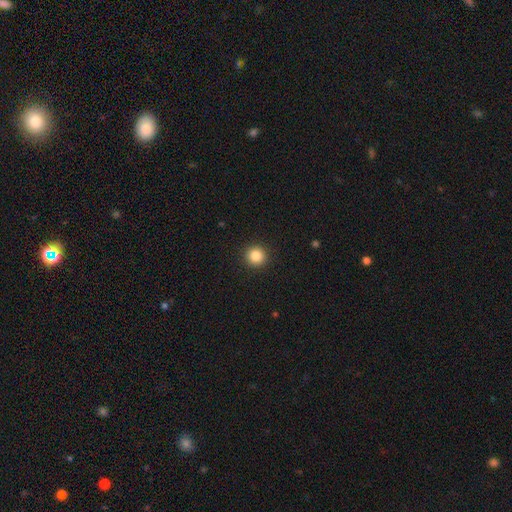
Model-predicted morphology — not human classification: type=smooth (86%); roundness=round (94%); merging=none (93%).